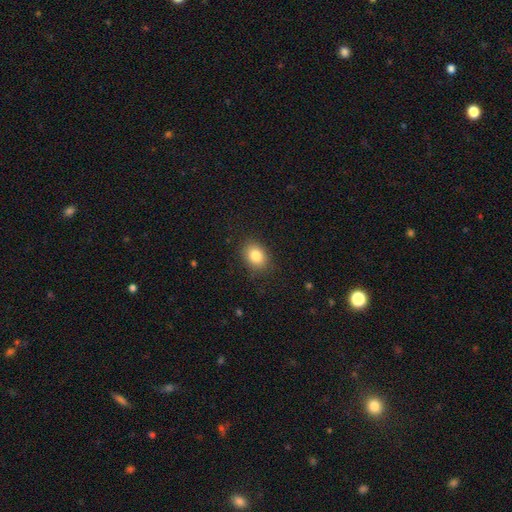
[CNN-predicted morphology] Smooth or featured? smooth (83%)
How rounded? in between (55%)
Merging? none (86%)